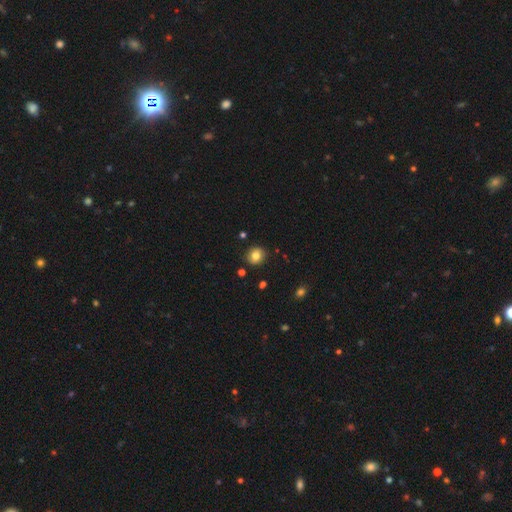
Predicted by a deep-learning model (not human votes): A smooth galaxy with no disk features (81%) that is round (83%).

Vote fractions:
- Smooth or featured? smooth: 81% / star or artifact: 11% / featured or disk: 9%
- How rounded? round: 83% / in between: 16% / cigar-shaped: 1%
- Merging? none: 87% / minor disturbance: 9% / major disturbance: 2% / merger: 2%